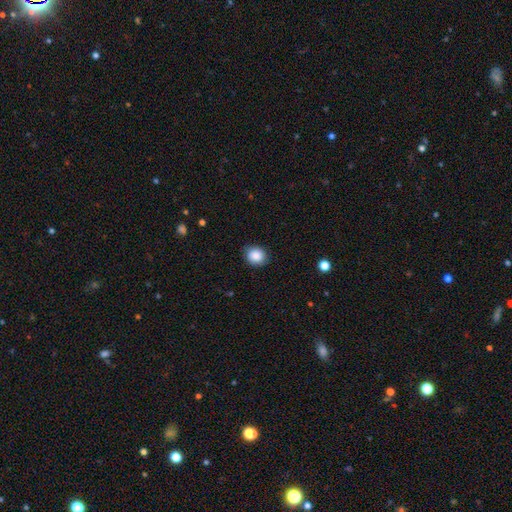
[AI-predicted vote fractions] Smooth or featured: smooth — 88% (star or artifact — 8%)
How rounded: round — 73% (in between — 26%)
Merging: none — 85% (minor disturbance — 12%)